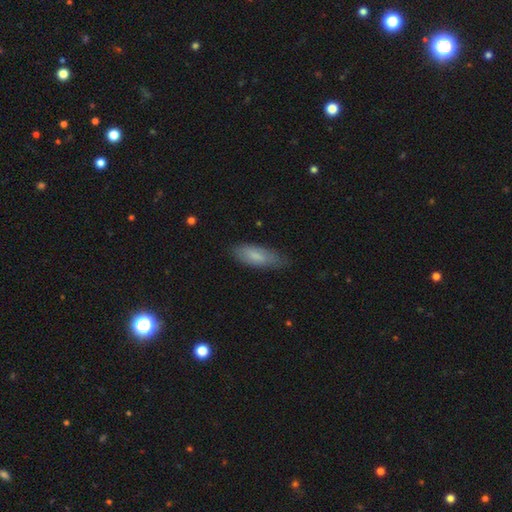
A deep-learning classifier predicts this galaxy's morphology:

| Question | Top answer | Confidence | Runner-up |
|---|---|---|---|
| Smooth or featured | smooth | 78% | featured or disk (16%) |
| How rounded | in between | 64% | cigar-shaped (34%) |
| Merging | none | 72% | minor disturbance (22%) |